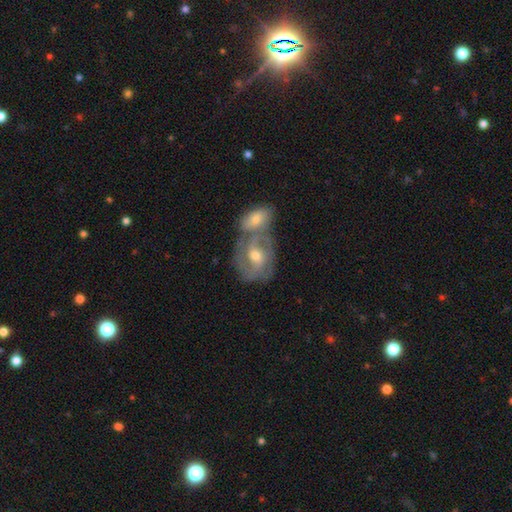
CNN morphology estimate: Overall: featured or disk (72%). Edge-on disk: no (96%). Bar: no (47%; weak 41%). Spiral arms: yes (85%). Spiral arm count: 2 (44%; can't tell 33%). Spiral winding: tight (48%; medium 41%). Bulge size: moderate (64%; small 31%). Merging: merger (53%; none 32%).